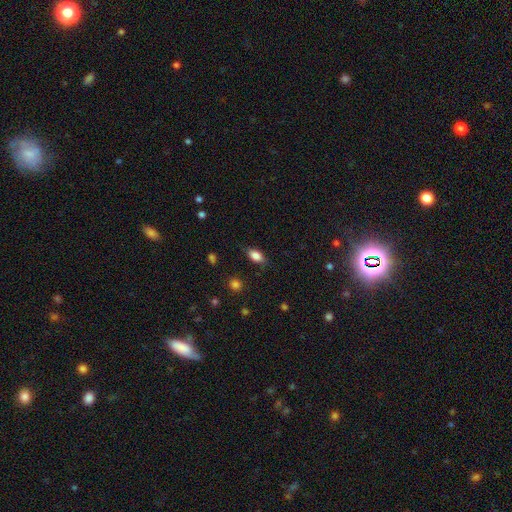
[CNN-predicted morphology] Smooth or featured: smooth — 83% (featured or disk — 9%)
How rounded: in between — 87% (round — 7%)
Merging: none — 80% (minor disturbance — 15%)